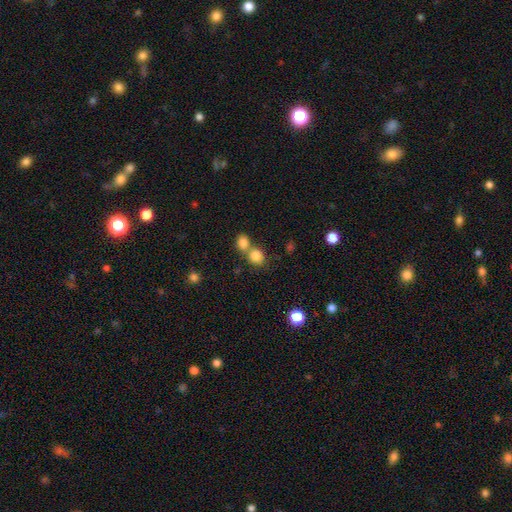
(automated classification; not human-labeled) Smooth or featured: smooth — 82% (star or artifact — 11%)
How rounded: round — 77% (in between — 21%)
Merging: merger — 47% (none — 44%)